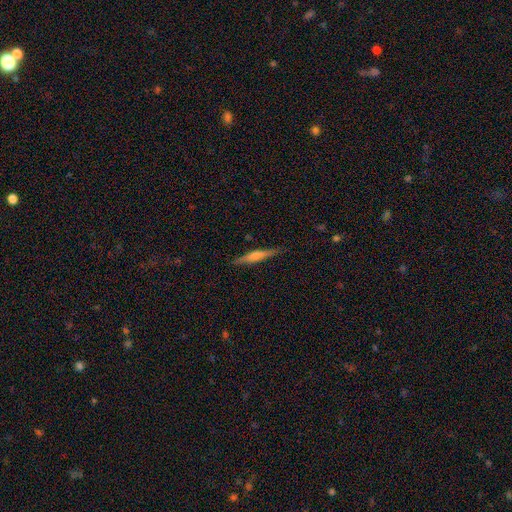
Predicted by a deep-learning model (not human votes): Q: Smooth or featured?
A: featured or disk (60%); runner-up: smooth (33%)
Q: Edge-on disk?
A: yes (97%); runner-up: no (3%)
Q: Edge-on bulge?
A: rounded (73%); runner-up: none (14%)
Q: Merging?
A: none (88%); runner-up: minor disturbance (9%)